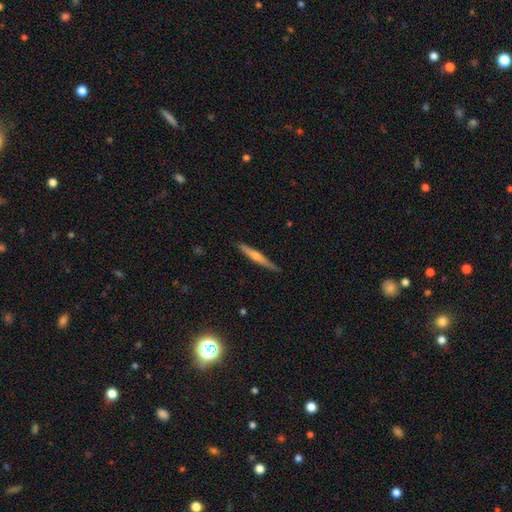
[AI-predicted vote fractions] The model was most divided on "smooth or featured": featured or disk: 58%, smooth: 36%, star or artifact: 6%. More confident: edge-on disk — yes (97%); merging — none (87%); edge-on bulge — rounded (78%).